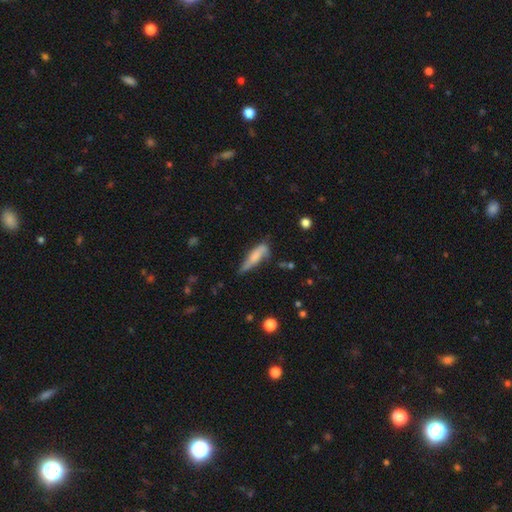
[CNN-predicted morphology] Overall: smooth (63%; featured or disk 30%). How rounded: cigar-shaped (65%; in between 33%). Merging: none (45%; minor disturbance 36%).